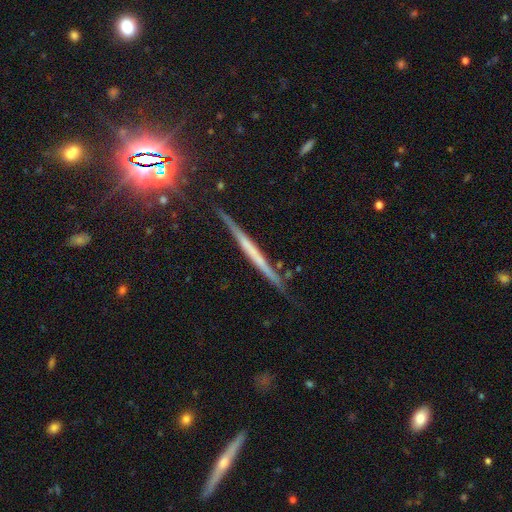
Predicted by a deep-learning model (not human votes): Smooth or featured? featured or disk (61%)
Edge-on disk? yes (97%)
Edge-on bulge? none (83%)
Merging? none (84%)